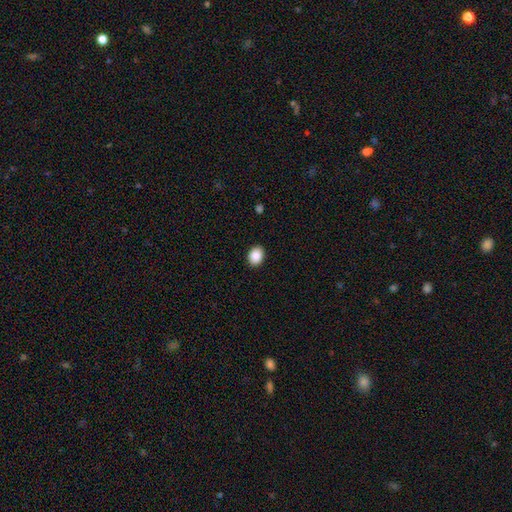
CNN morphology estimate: Smooth or featured?
  - smooth: 89% *
  - star or artifact: 8%
  - featured or disk: 3%
How rounded?
  - in between: 65% *
  - round: 34%
  - cigar-shaped: 1%
Merging?
  - none: 91% *
  - minor disturbance: 7%
  - major disturbance: 2%
  - merger: 1%